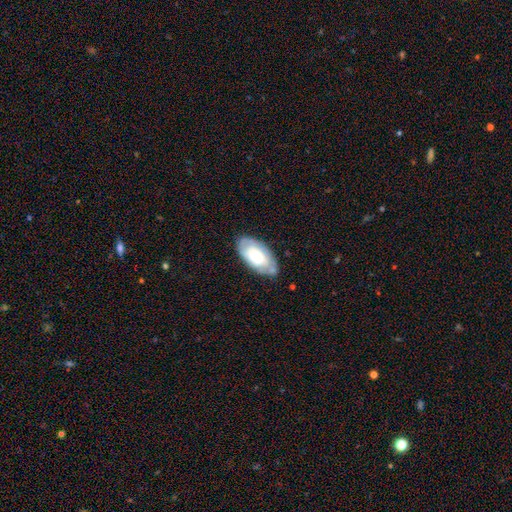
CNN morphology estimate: Smooth or featured: featured or disk — 48% (smooth — 46%)
Merging: none — 70% (minor disturbance — 22%)